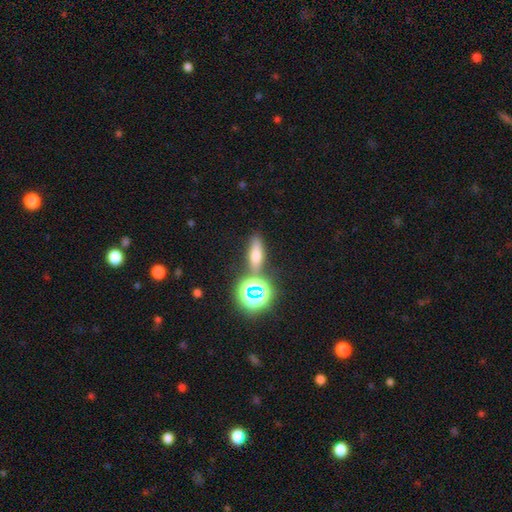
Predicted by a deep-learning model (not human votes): Smooth or featured: smooth — 57% (star or artifact — 25%)
How rounded: in between — 44% (cigar-shaped — 41%)
Merging: none — 75% (minor disturbance — 11%)